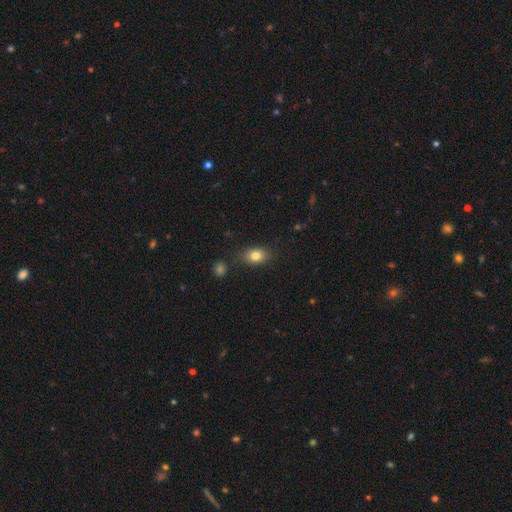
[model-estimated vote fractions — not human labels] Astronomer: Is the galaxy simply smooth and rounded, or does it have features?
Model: smooth — 82%.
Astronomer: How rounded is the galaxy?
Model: in between — 72%.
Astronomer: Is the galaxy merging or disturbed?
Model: none — 78%.